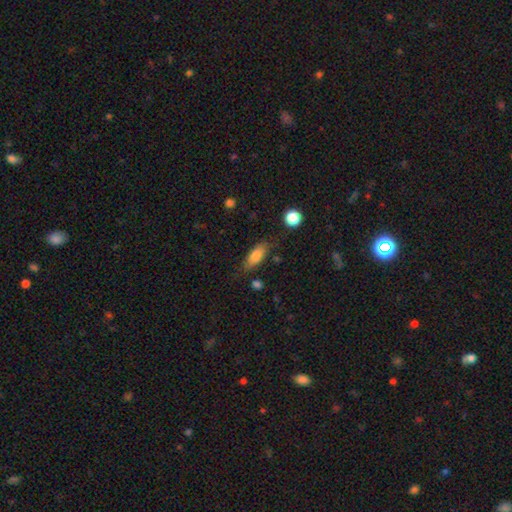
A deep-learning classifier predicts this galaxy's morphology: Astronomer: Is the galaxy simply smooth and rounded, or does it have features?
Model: smooth — 78%.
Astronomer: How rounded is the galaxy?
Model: in between — 77%.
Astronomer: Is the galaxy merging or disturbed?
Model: none — 69%.